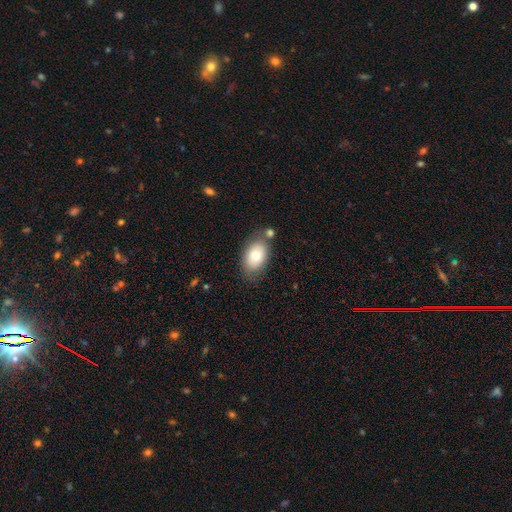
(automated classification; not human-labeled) Q: Smooth or featured?
A: smooth (76%); runner-up: featured or disk (16%)
Q: How rounded?
A: in between (88%); runner-up: round (11%)
Q: Merging?
A: none (70%); runner-up: minor disturbance (16%)